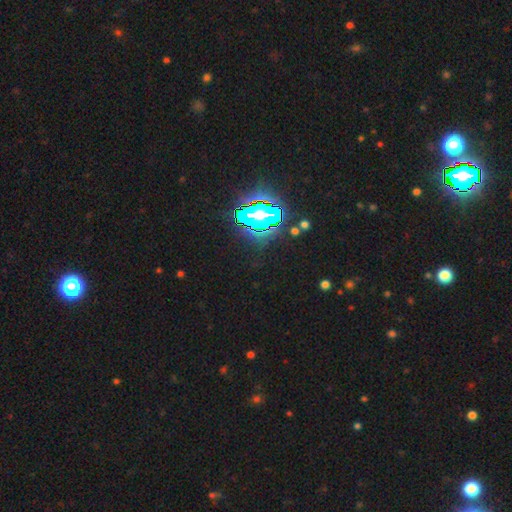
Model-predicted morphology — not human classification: The model was most divided on "smooth or featured": star or artifact: 82%, smooth: 10%, featured or disk: 7%.